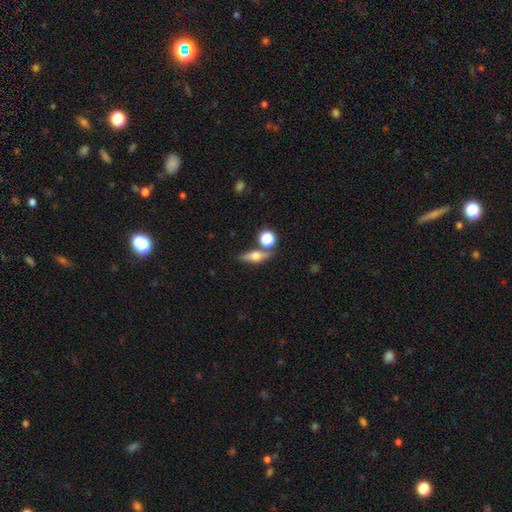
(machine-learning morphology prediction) featured or disk 51%, smooth 39%, star or artifact 10%. Down the decision tree: edge-on disk — yes (90%); merging — none (73%).